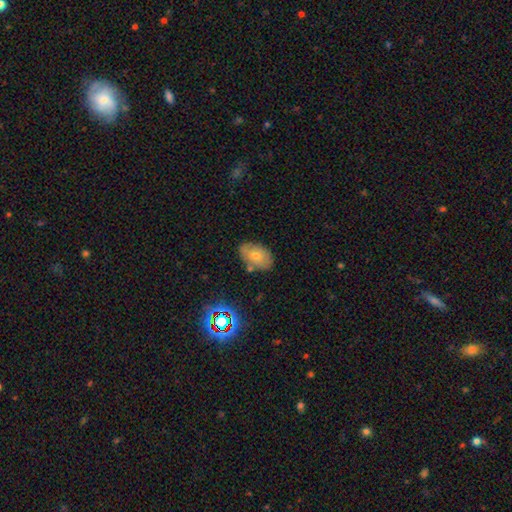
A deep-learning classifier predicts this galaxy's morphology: Smooth or featured: smooth — 60% (featured or disk — 25%)
How rounded: in between — 88% (round — 10%)
Merging: none — 77% (minor disturbance — 16%)